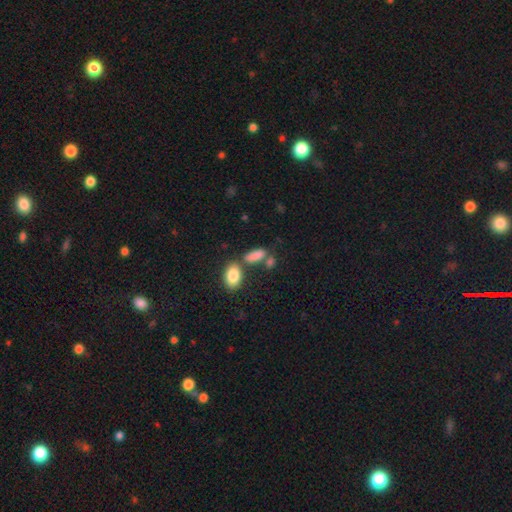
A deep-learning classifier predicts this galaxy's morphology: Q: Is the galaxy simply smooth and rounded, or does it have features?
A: smooth — 84%.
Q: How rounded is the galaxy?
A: in between — 77%.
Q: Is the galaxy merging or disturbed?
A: none — 54%.